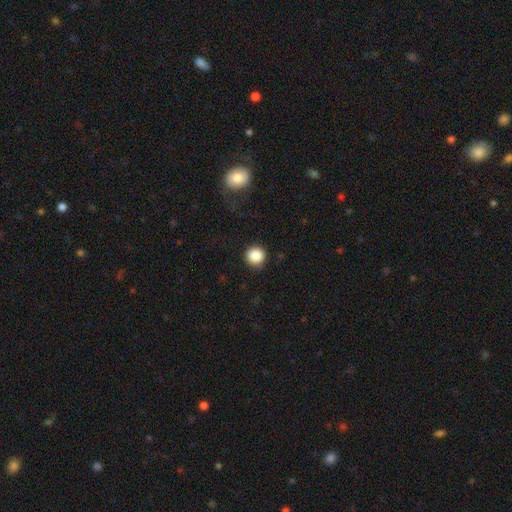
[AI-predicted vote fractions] Q: Smooth or featured?
A: smooth (87%); runner-up: star or artifact (10%)
Q: How rounded?
A: round (93%); runner-up: in between (6%)
Q: Merging?
A: none (87%); runner-up: minor disturbance (9%)